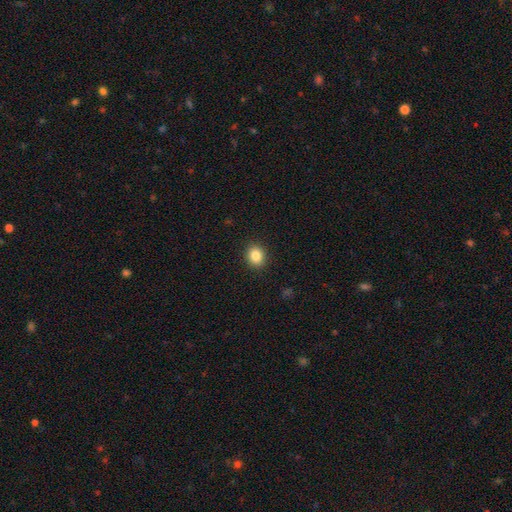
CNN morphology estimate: Overall: smooth (85%). How rounded: round (66%; in between 33%). Merging: none (91%).